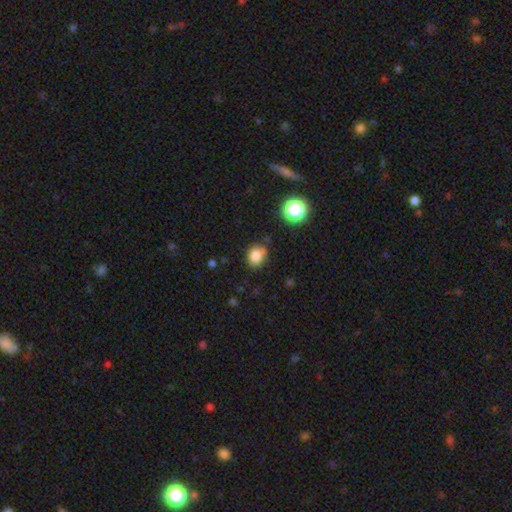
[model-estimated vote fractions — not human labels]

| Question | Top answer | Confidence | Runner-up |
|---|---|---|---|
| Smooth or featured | smooth | 81% | star or artifact (12%) |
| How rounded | round | 65% | in between (34%) |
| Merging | none | 69% | minor disturbance (19%) |